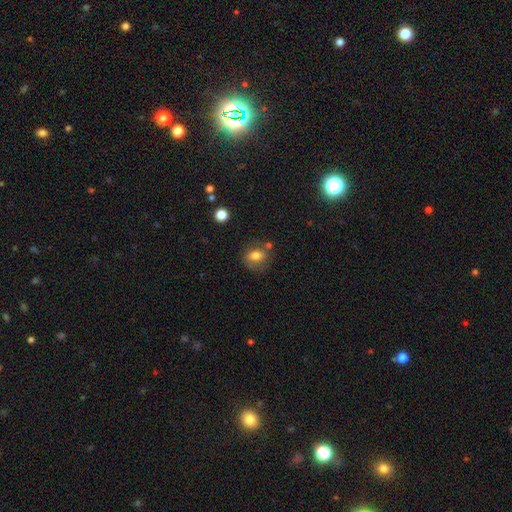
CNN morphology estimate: This is likely a smooth galaxy (72%). How rounded: possibly in between (55%). Merging: likely none (61%).